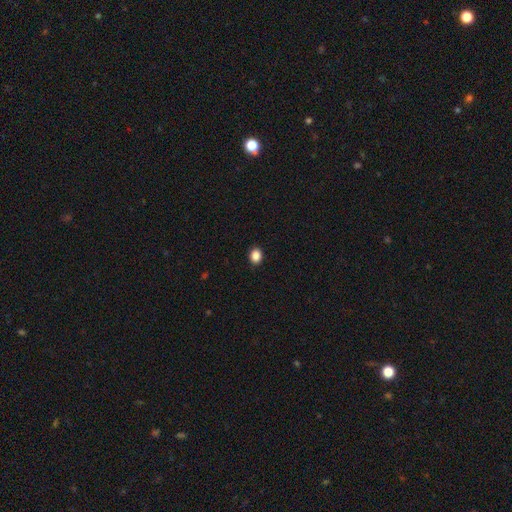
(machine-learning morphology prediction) This is clearly a smooth galaxy (87%). How rounded: possibly round (51%). Merging: clearly none (91%).